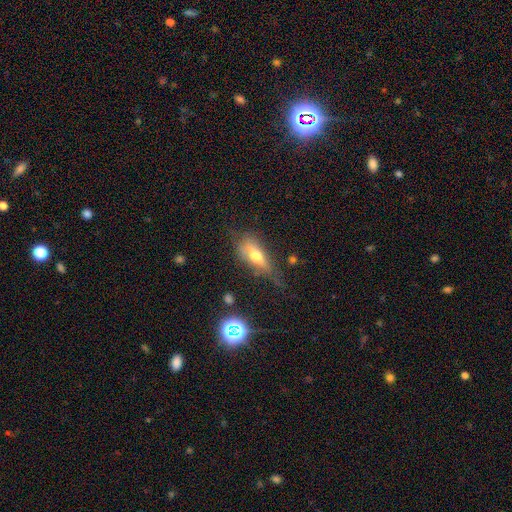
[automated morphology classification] Smooth or featured: smooth — 57% (featured or disk — 33%)
How rounded: in between — 70% (cigar-shaped — 25%)
Merging: none — 43% (minor disturbance — 31%)